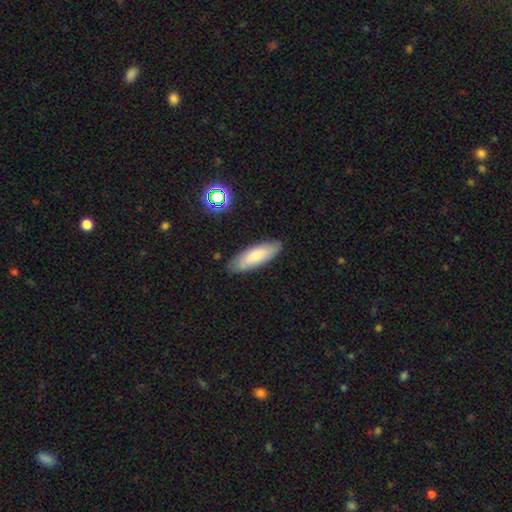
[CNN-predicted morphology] This is likely a smooth galaxy (75%). How rounded: possibly in between (58%). Merging: clearly none (85%).